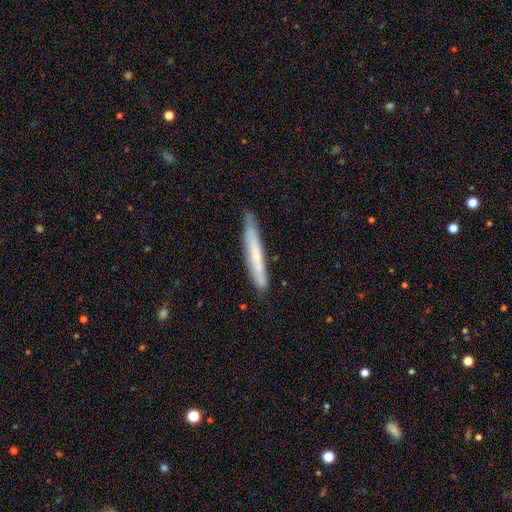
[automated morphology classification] smooth_or_featured: smooth (p=0.56) [alt: featured or disk p=0.38]
how_rounded: cigar-shaped (p=0.96) [alt: in between p=0.03]
merging: none (p=0.80) [alt: minor disturbance p=0.16]